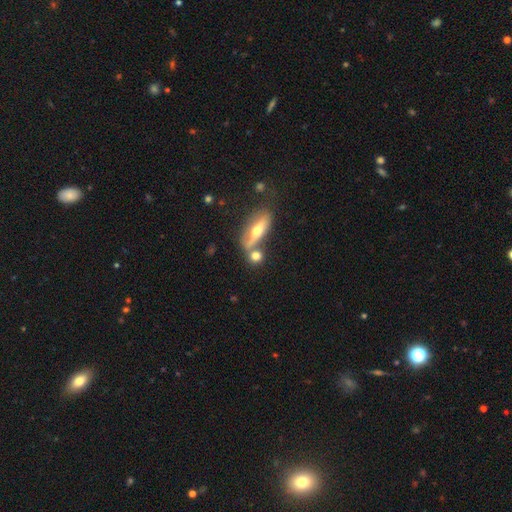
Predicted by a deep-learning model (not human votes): This appears to be a smooth galaxy with no disk features (67%) that is round (59%). Merging: none (54%).